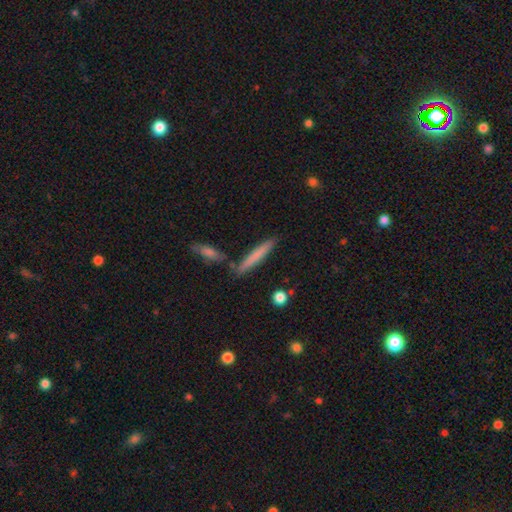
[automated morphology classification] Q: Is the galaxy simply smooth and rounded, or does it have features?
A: smooth — 71%.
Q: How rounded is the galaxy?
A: cigar-shaped — 93%.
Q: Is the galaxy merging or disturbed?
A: none — 82%.